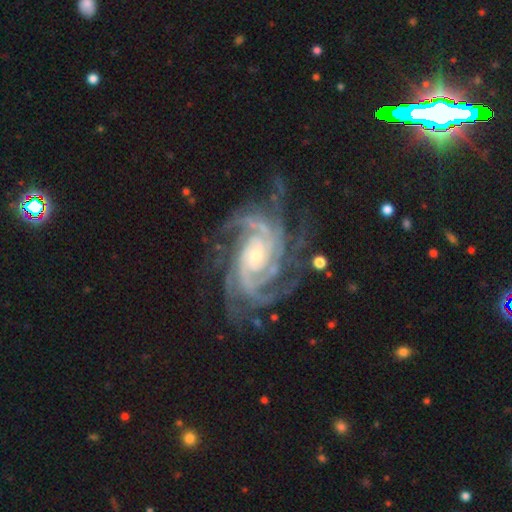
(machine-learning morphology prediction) Smooth or featured? featured or disk (93%)
Edge-on disk? no (98%)
Bar? no (64%)
Spiral arms? yes (99%)
Spiral winding? tight (64%)
Spiral arm count? 4 (31%)
Bulge size? small (60%)
Merging? none (68%)